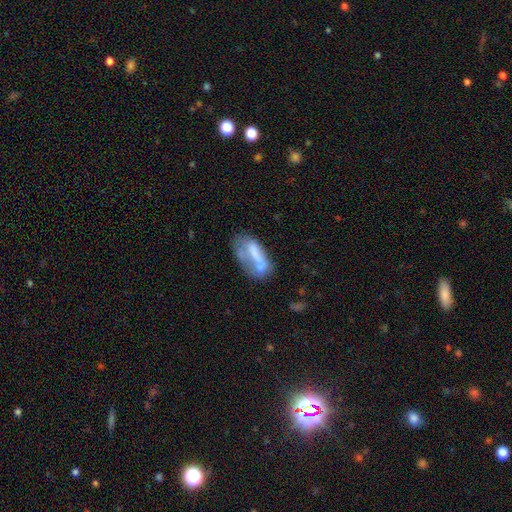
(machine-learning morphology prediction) This appears to be a smooth galaxy with no disk features (53%) that is in between round and cigar-shaped (71%). Merging: none (35%).